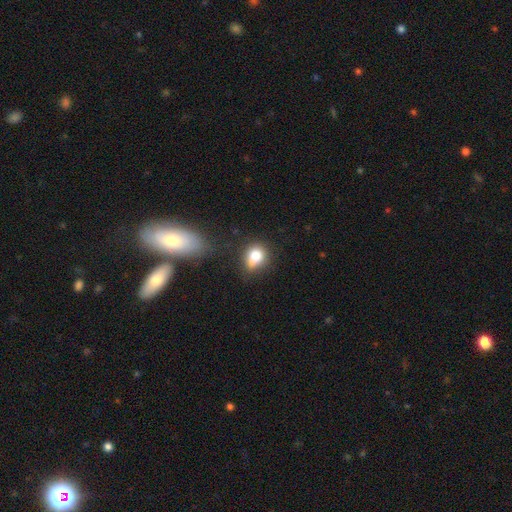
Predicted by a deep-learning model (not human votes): smooth-or-featured: smooth: 76% | featured or disk: 13% | star or artifact: 11%
  how-rounded: round: 61% | in between: 38% | cigar-shaped: 2%
  merging: none: 50% | minor disturbance: 26% | merger: 14% | major disturbance: 10%